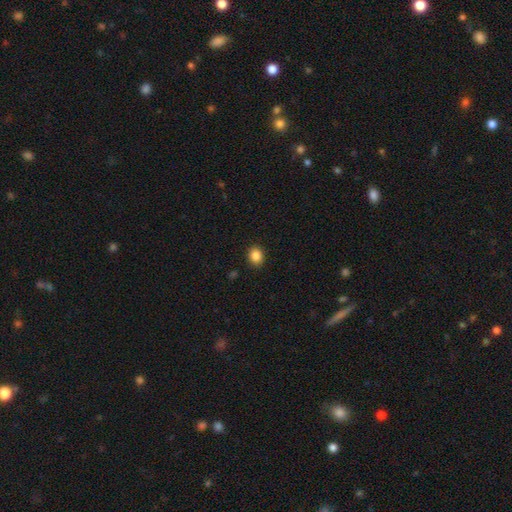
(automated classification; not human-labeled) smooth 87%, star or artifact 10%, featured or disk 3%. Down the decision tree: how rounded — round (64%); merging — none (90%).